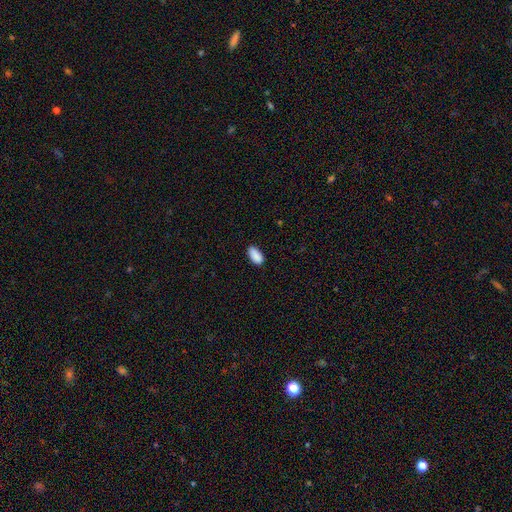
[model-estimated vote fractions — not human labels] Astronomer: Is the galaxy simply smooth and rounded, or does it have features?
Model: smooth — 89%.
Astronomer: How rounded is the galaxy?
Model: in between — 92%.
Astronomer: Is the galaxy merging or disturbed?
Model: none — 83%.